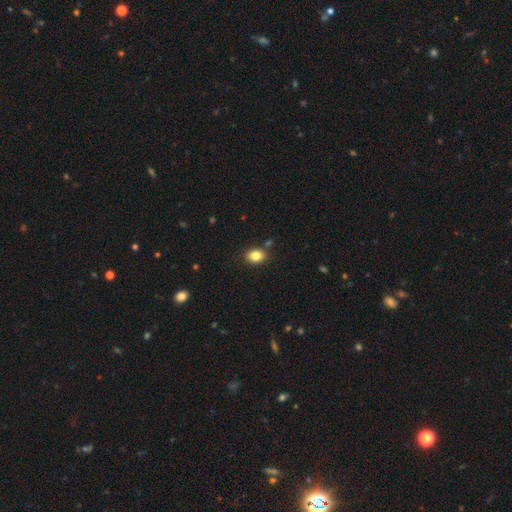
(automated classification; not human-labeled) smooth 84%, star or artifact 10%, featured or disk 6%. Down the decision tree: how rounded — in between (67%); merging — none (83%).